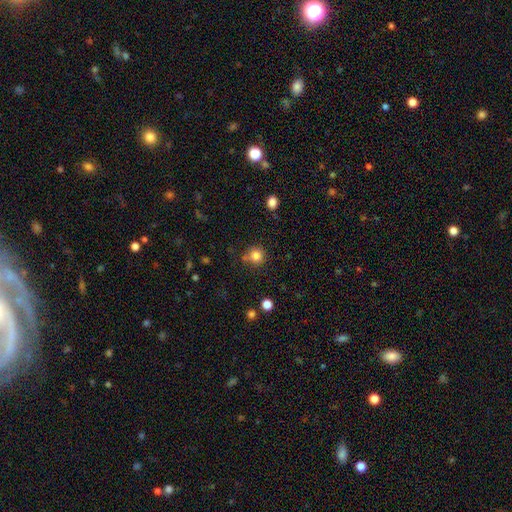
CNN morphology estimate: A smooth galaxy with no disk features (82%) that is round (91%). Merging: none (75%).